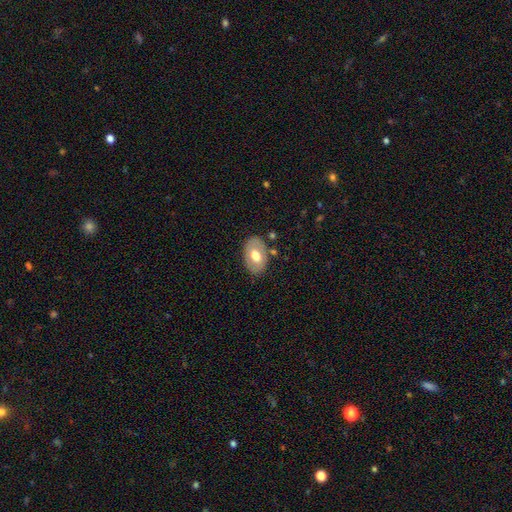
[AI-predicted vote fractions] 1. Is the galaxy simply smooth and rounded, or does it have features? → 57% smooth, 37% featured or disk, 6% star or artifact.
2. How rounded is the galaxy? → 86% in between, 13% round, 1% cigar-shaped.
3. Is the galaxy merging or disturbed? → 79% none, 13% minor disturbance, 4% major disturbance, 3% merger.